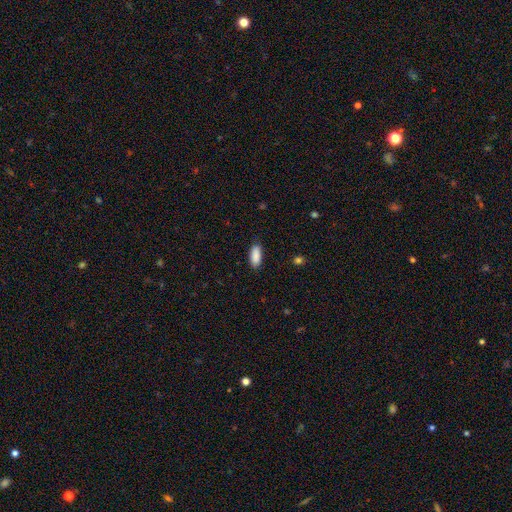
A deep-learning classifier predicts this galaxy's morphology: smooth 90%, star or artifact 7%, featured or disk 4%. Down the decision tree: how rounded — in between (85%); merging — none (86%).